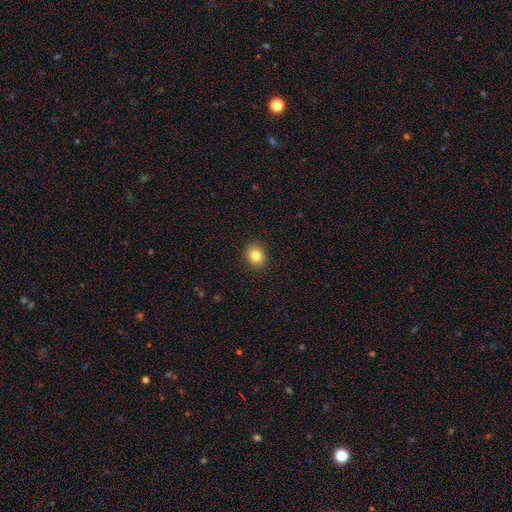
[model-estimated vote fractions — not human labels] Overall: smooth (83%). How rounded: round (70%). Merging: none (90%).